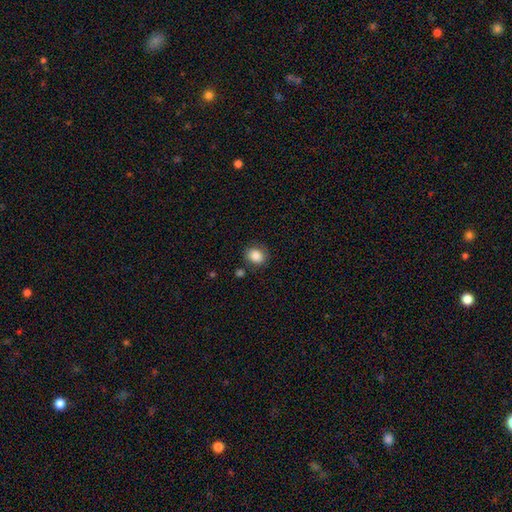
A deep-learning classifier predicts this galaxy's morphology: Smooth or featured: smooth — 86% (star or artifact — 9%)
How rounded: round — 59% (in between — 40%)
Merging: none — 78% (minor disturbance — 14%)